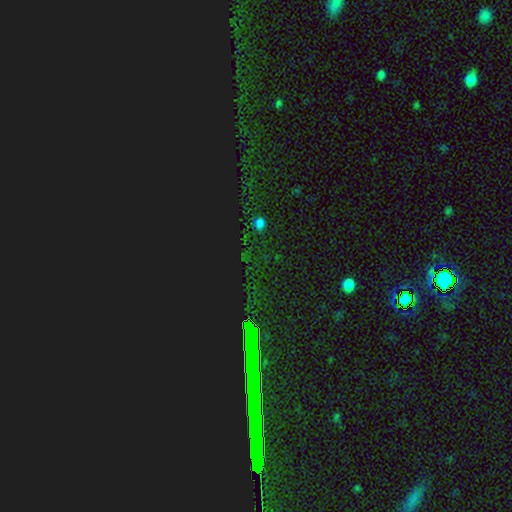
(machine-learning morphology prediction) This is likely a star or artifact rather than a galaxy (79%).